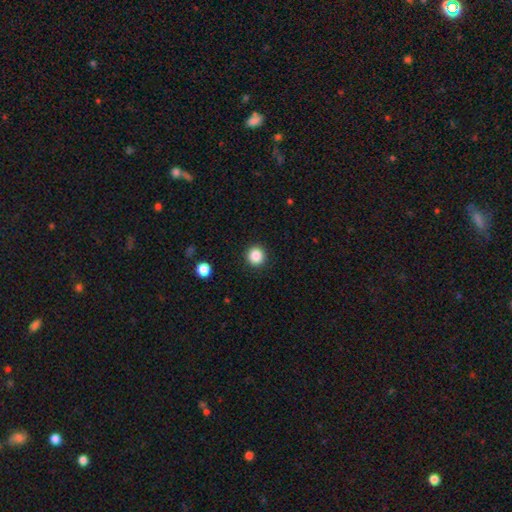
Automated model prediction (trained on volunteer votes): A smooth galaxy with no disk features (87%) that is round (92%).

Vote fractions:
- Smooth or featured? smooth: 87% / star or artifact: 10% / featured or disk: 3%
- How rounded? round: 92% / in between: 7% / cigar-shaped: 1%
- Merging? none: 92% / minor disturbance: 5% / major disturbance: 2% / merger: 1%